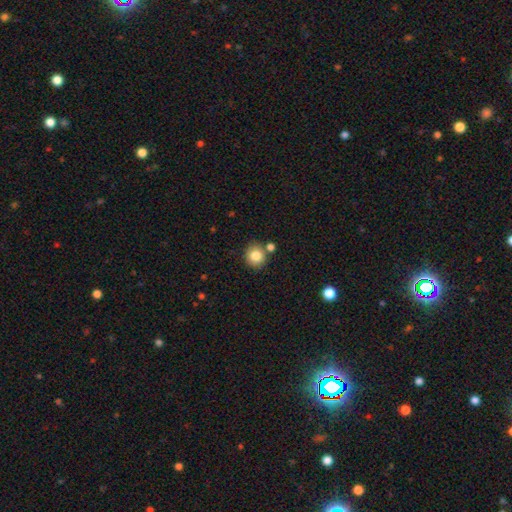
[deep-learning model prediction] smooth 82%, star or artifact 10%, featured or disk 8%. Down the decision tree: how rounded — round (88%); merging — none (76%).